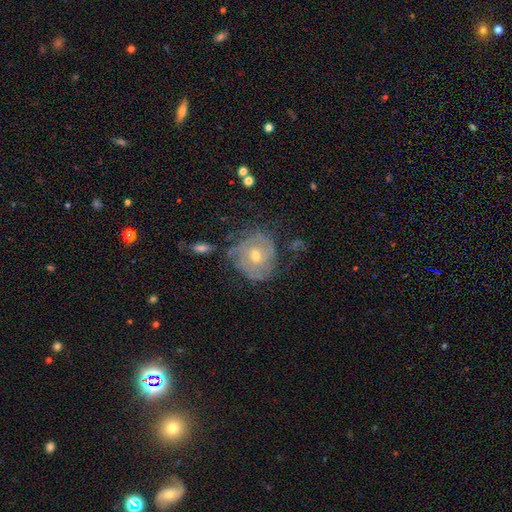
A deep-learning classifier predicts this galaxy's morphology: This is likely a featured or disk galaxy (72%). It is clearly not viewed edge-on (97%). Bar: likely no (74%). Spiral arm pattern: clearly yes (84%). Spiral arm count: marginally can't tell (44%). Spiral winding: likely tight (67%). Central bulge: possibly moderate (56%). Merging: likely none (62%).